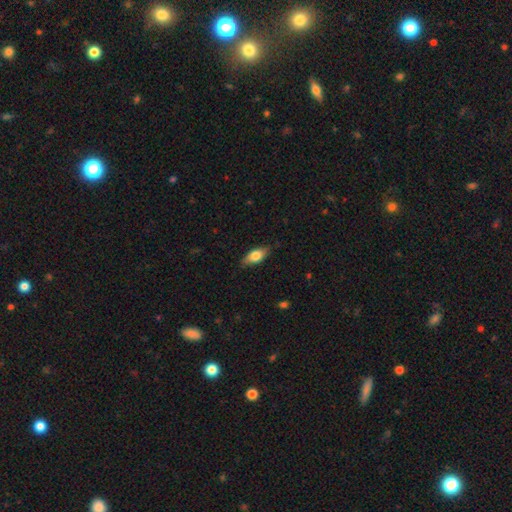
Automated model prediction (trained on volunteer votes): smooth-or-featured: smooth: 68% | featured or disk: 25% | star or artifact: 6%
  how-rounded: in between: 81% | cigar-shaped: 15% | round: 4%
  merging: none: 81% | minor disturbance: 16% | major disturbance: 3% | merger: 1%